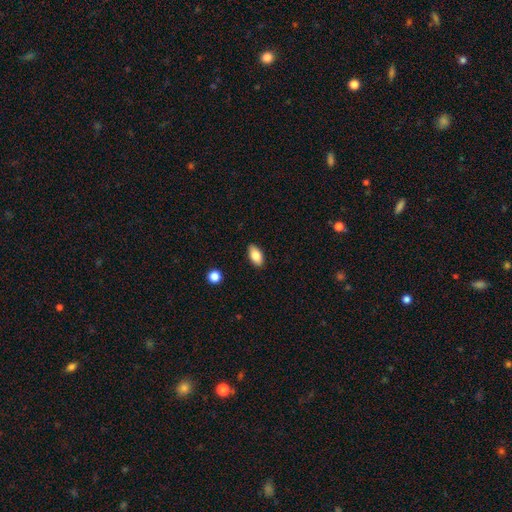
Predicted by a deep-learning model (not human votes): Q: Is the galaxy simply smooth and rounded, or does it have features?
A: smooth — 82%.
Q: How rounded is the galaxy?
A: in between — 91%.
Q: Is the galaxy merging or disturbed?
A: none — 88%.